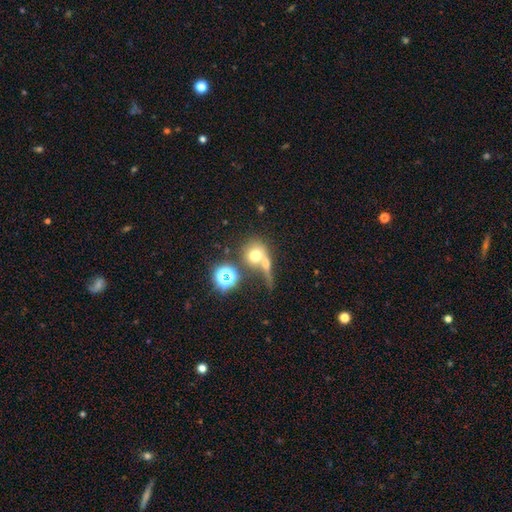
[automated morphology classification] type=smooth (63%); roundness=round (78%); merging=merger (46%).